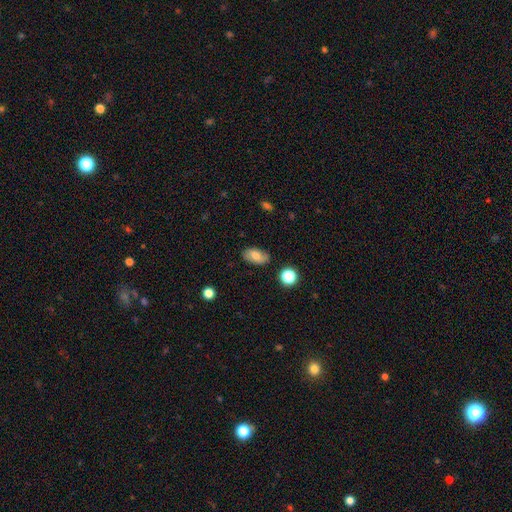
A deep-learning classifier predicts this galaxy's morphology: A smooth galaxy with no disk features (72%) that is in between round and cigar-shaped (91%). Merging: none (82%).